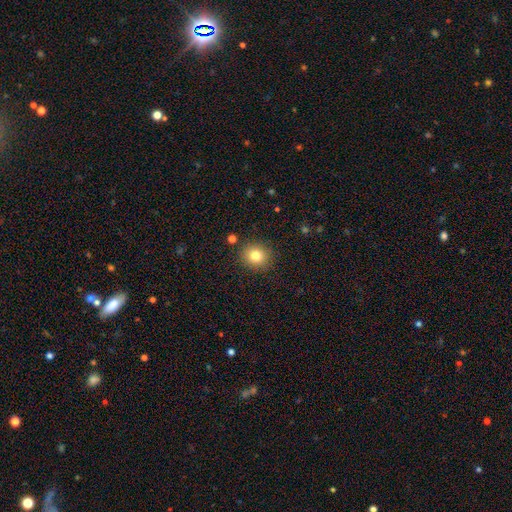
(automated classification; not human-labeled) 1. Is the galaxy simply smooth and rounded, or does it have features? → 81% smooth, 11% star or artifact, 8% featured or disk.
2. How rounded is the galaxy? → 83% round, 16% in between, 1% cigar-shaped.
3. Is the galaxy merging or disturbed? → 88% none, 7% minor disturbance, 2% major disturbance, 2% merger.